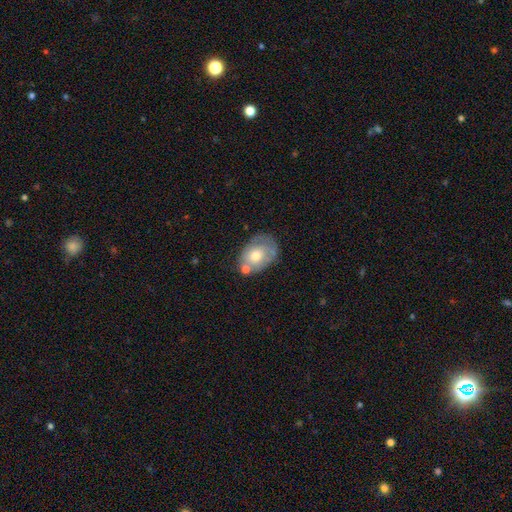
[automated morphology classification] smooth-or-featured: smooth: 52% | featured or disk: 41% | star or artifact: 7%
  how-rounded: in between: 73% | round: 25% | cigar-shaped: 1%
  merging: none: 49% | minor disturbance: 26% | merger: 15% | major disturbance: 10%